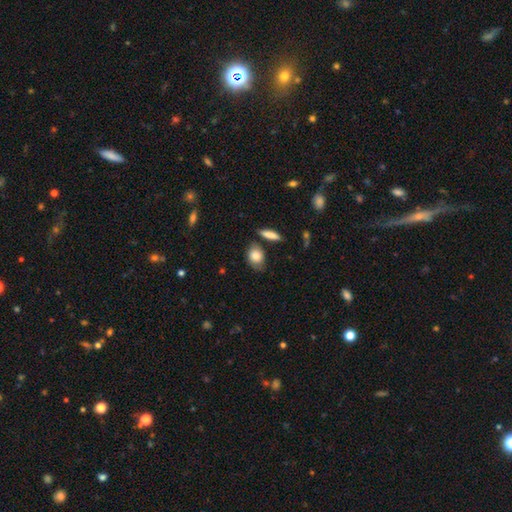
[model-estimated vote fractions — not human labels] A smooth galaxy with no disk features (80%) that is in between round and cigar-shaped (73%).

Vote fractions:
- Smooth or featured? smooth: 80% / featured or disk: 12% / star or artifact: 7%
- How rounded? in between: 73% / round: 24% / cigar-shaped: 3%
- Merging? none: 66% / minor disturbance: 23% / merger: 6% / major disturbance: 5%